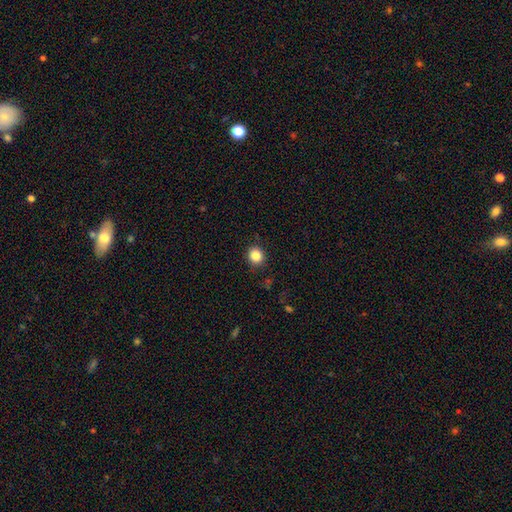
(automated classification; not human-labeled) smooth-or-featured: smooth: 85% | star or artifact: 11% | featured or disk: 5%
  how-rounded: round: 83% | in between: 16% | cigar-shaped: 1%
  merging: none: 89% | minor disturbance: 8% | major disturbance: 2% | merger: 1%